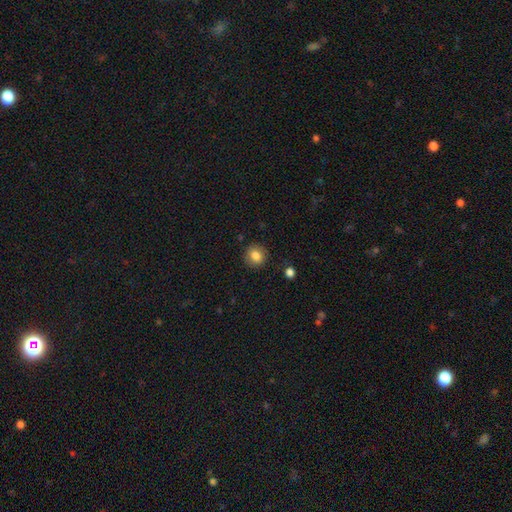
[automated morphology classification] type=smooth (83%); roundness=round (80%); merging=none (87%).